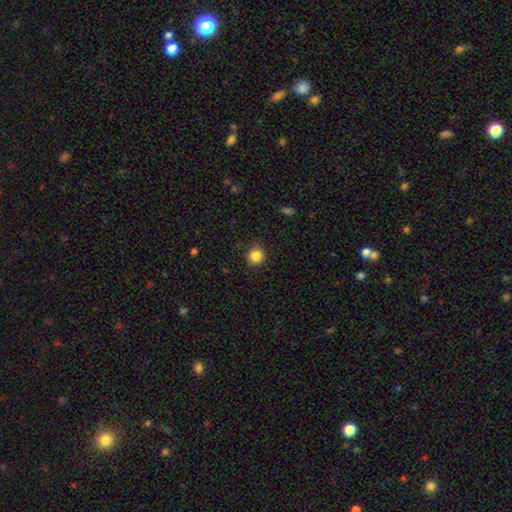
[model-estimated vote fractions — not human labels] A smooth galaxy with no disk features (86%) that is round (91%). Merging: none (87%).